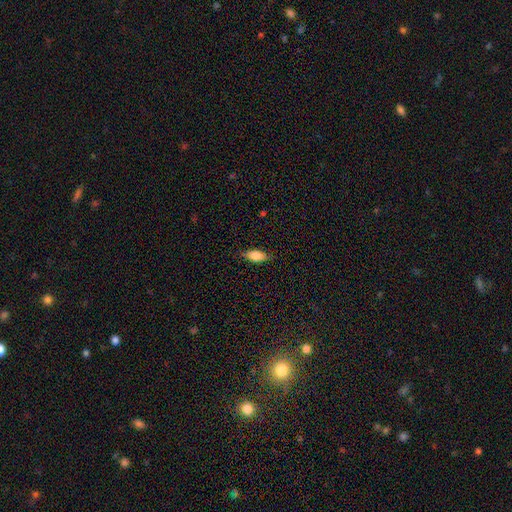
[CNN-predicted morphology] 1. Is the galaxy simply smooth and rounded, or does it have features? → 79% smooth, 14% featured or disk, 7% star or artifact.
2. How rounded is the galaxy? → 82% in between, 14% cigar-shaped, 4% round.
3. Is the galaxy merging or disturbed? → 81% none, 15% minor disturbance, 3% major disturbance, 1% merger.